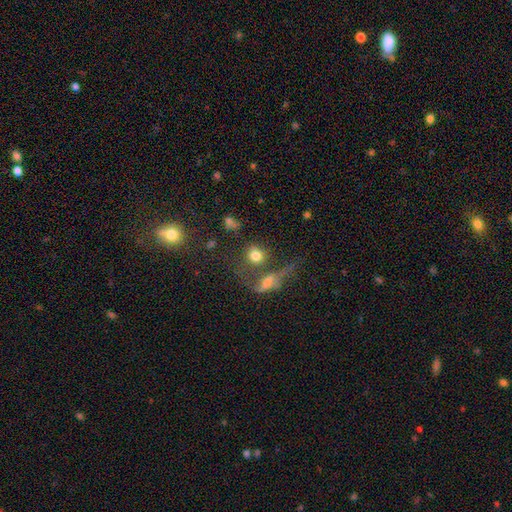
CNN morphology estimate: Smooth or featured? Predicted: smooth (p=0.72). How rounded? Predicted: round (p=0.76). Merging? Predicted: none (p=0.41).